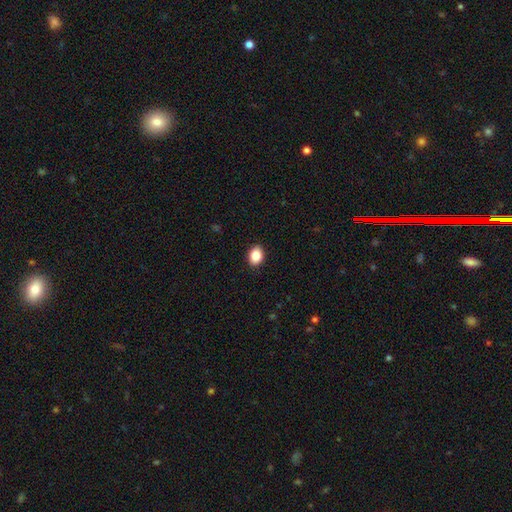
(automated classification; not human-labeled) Smooth or featured?
  - smooth: 88% *
  - star or artifact: 8%
  - featured or disk: 4%
How rounded?
  - in between: 70% *
  - round: 29%
  - cigar-shaped: 1%
Merging?
  - none: 91% *
  - minor disturbance: 7%
  - major disturbance: 2%
  - merger: 1%